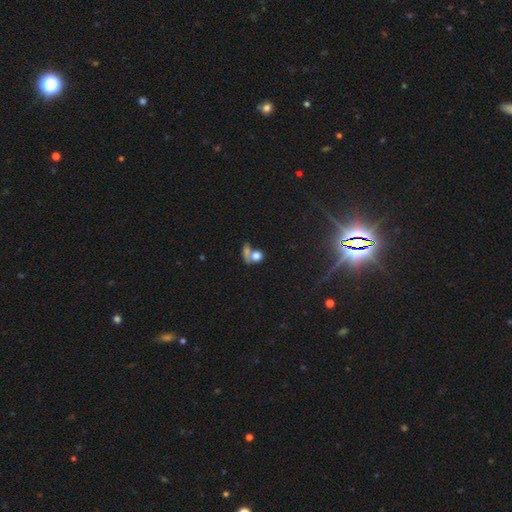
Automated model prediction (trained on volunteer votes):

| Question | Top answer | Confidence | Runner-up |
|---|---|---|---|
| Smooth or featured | smooth | 72% | featured or disk (15%) |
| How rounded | round | 63% | in between (33%) |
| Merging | merger | 48% | none (34%) |